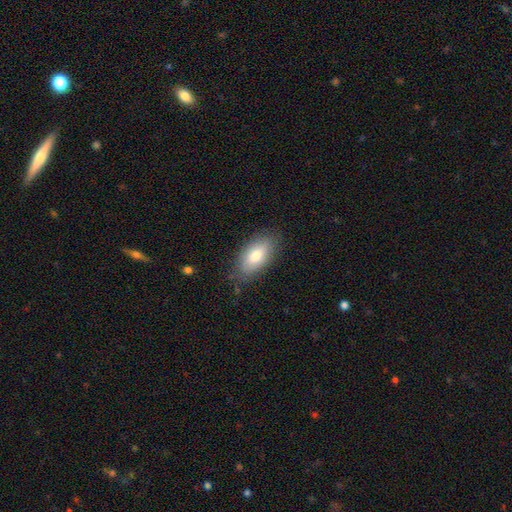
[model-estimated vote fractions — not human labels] Overall: smooth (77%). How rounded: in between (91%). Merging: none (81%).